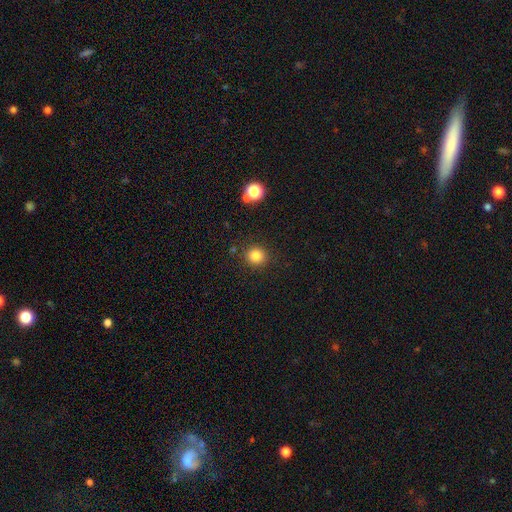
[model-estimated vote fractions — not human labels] Smooth or featured: smooth — 82% (star or artifact — 12%)
How rounded: round — 89% (in between — 10%)
Merging: none — 88% (minor disturbance — 7%)